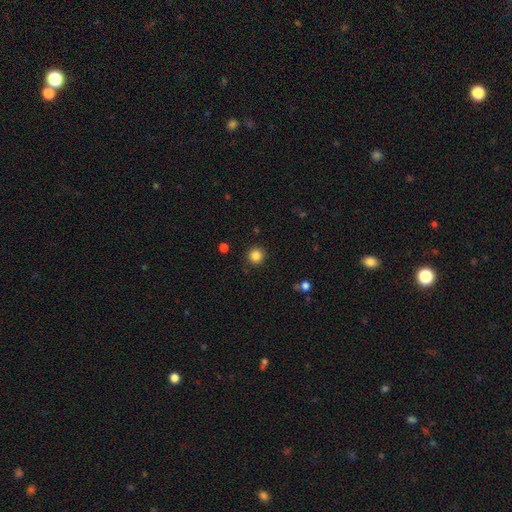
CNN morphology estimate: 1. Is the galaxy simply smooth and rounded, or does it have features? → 85% smooth, 12% star or artifact, 4% featured or disk.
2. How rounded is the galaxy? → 94% round, 5% in between, 1% cigar-shaped.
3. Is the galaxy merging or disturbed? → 91% none, 6% minor disturbance, 2% major disturbance, 1% merger.